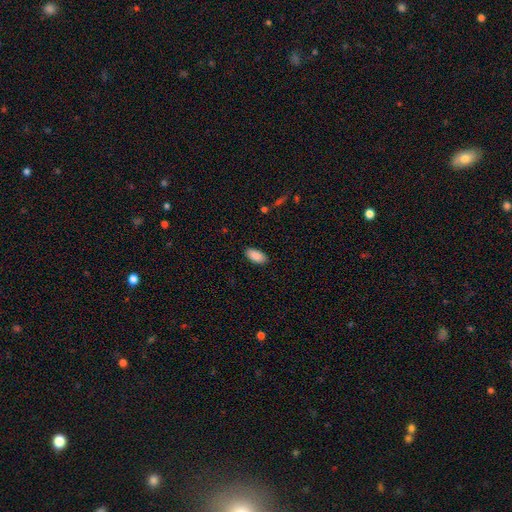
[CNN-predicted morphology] The model was most divided on "merging": none: 88%, minor disturbance: 9%, major disturbance: 2%, merger: 1%. More confident: how rounded — in between (94%); smooth or featured — smooth (89%).